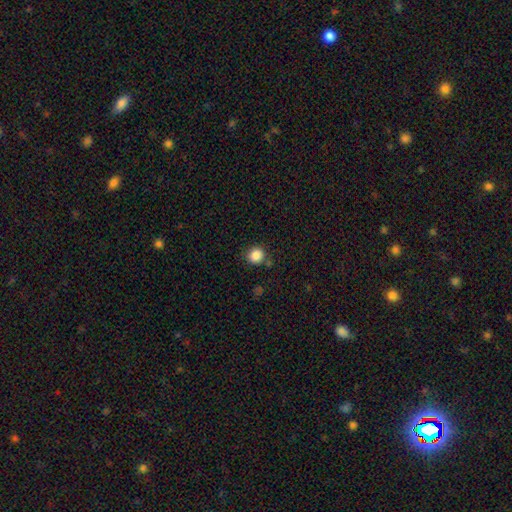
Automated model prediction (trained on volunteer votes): Smooth or featured: smooth — 86% (star or artifact — 10%)
How rounded: round — 90% (in between — 9%)
Merging: none — 83% (minor disturbance — 9%)